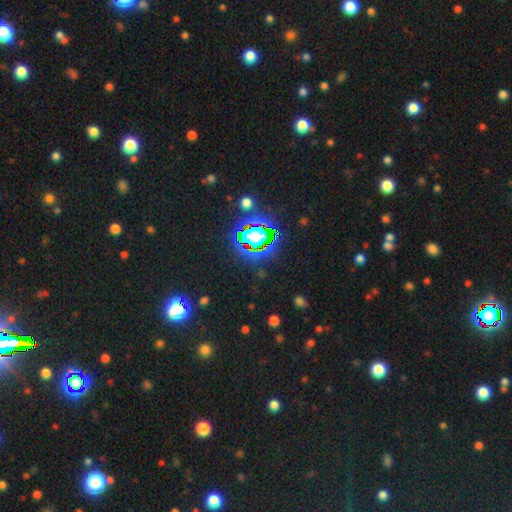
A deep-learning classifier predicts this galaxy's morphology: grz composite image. It shows a star or artifact, not a galaxy (82%).